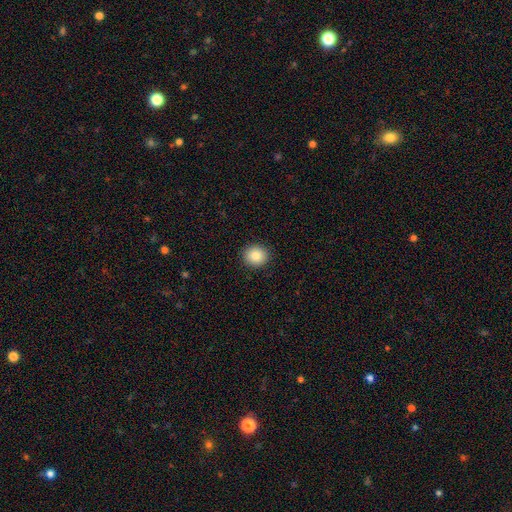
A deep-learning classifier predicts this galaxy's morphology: smooth 84%, star or artifact 9%, featured or disk 6%. Down the decision tree: how rounded — round (87%); merging — none (92%).